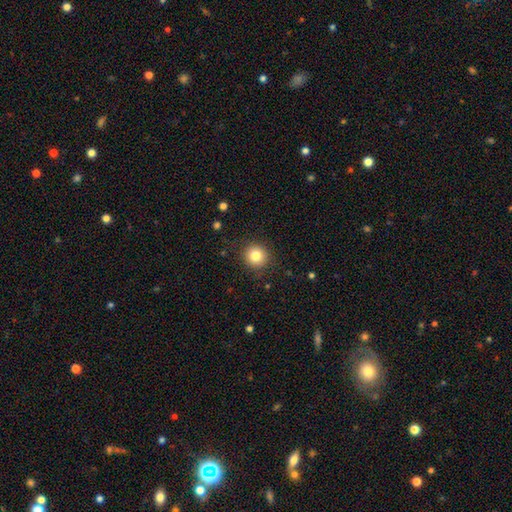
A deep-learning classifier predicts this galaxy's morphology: Smooth or featured?
  - smooth: 83% *
  - star or artifact: 11%
  - featured or disk: 7%
How rounded?
  - round: 93% *
  - in between: 6%
  - cigar-shaped: 1%
Merging?
  - none: 89% *
  - minor disturbance: 7%
  - major disturbance: 3%
  - merger: 1%